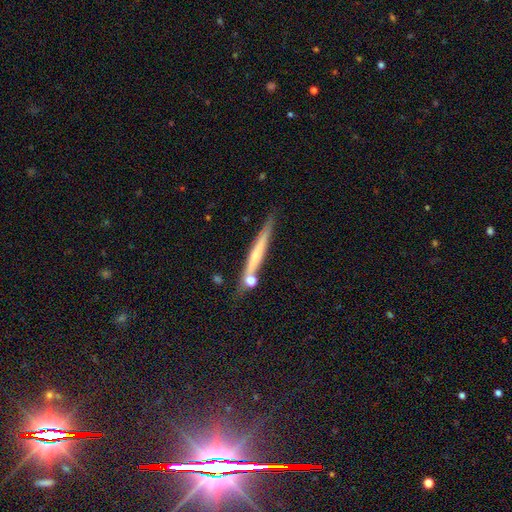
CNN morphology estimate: Q: Smooth or featured?
A: featured or disk (45%); runner-up: smooth (37%)
Q: Merging?
A: none (77%); runner-up: minor disturbance (13%)